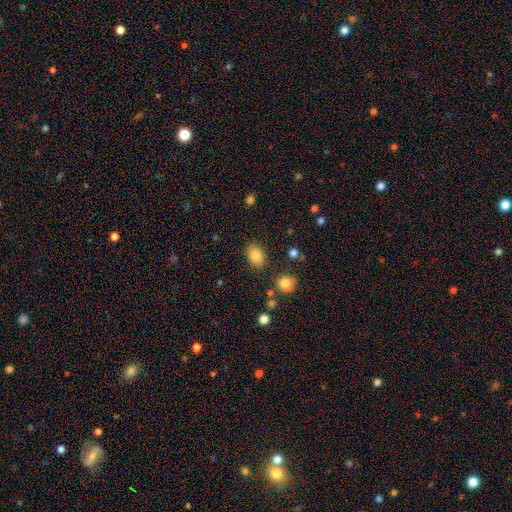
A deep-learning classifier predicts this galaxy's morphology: Overall: smooth (83%). How rounded: in between (74%). Merging: none (83%).